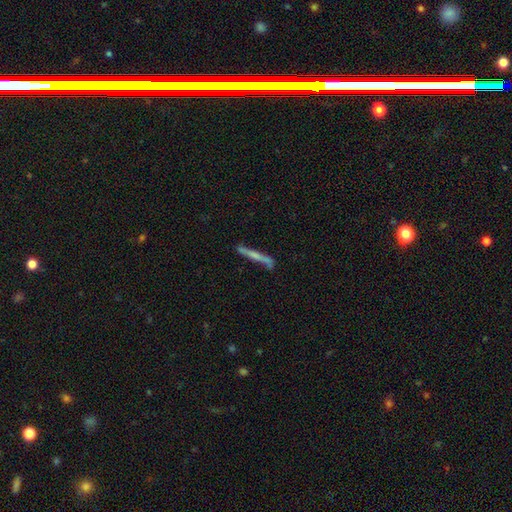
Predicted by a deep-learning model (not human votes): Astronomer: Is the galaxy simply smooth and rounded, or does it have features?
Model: featured or disk — 51% (runner-up: smooth, 42%).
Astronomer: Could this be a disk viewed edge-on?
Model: yes — 89%.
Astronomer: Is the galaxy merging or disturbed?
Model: none — 70%.